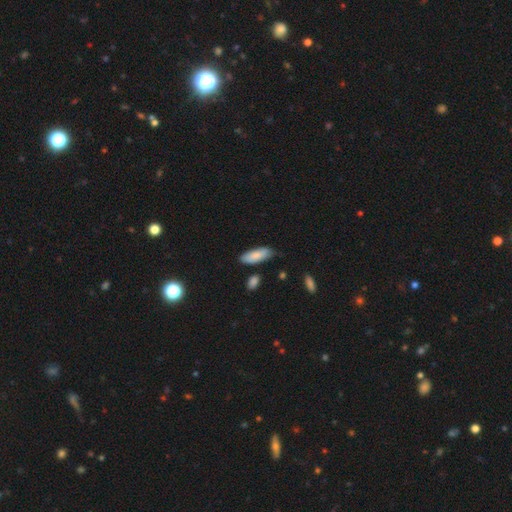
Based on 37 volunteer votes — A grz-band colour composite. It shows a smooth galaxy with no disk features (84%) that is in between round and cigar-shaped (77%). Merging: none (78%).